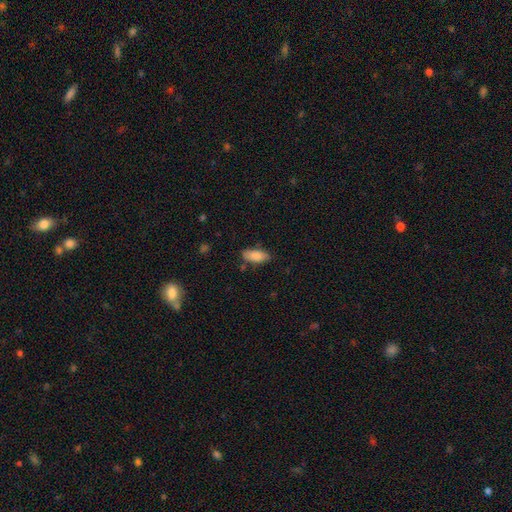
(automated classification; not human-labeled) Smooth or featured? Predicted: smooth (p=0.86). How rounded? Predicted: in between (p=0.85). Merging? Predicted: none (p=0.76).